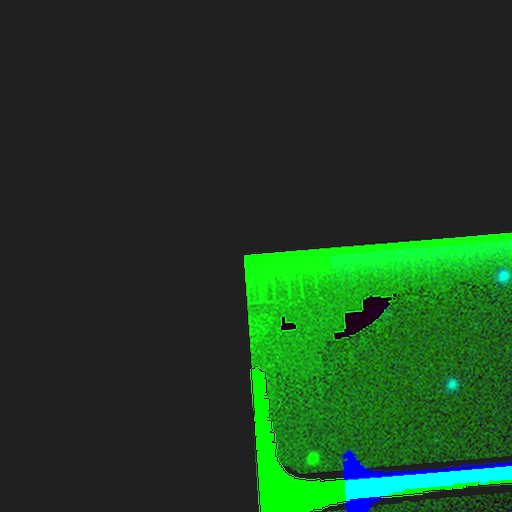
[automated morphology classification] A star or artifact, not a galaxy (87%).

Vote fractions:
- Smooth or featured? star or artifact: 87% / featured or disk: 7% / smooth: 6%